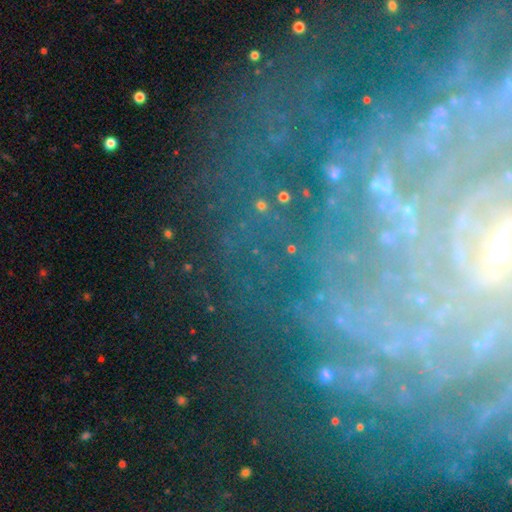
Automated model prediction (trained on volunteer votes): smooth_or_featured: featured or disk (p=0.71) [alt: star or artifact p=0.19]
disk_edge_on: no (p=0.95) [alt: yes p=0.05]
bar: no (p=0.50) [alt: weak p=0.29]
has_spiral_arms: yes (p=0.84) [alt: no p=0.16]
spiral_winding: tight (p=0.68) [alt: medium p=0.22]
spiral_arm_count: can't tell (p=0.35) [alt: 2 p=0.16]
bulge_size: small (p=0.68) [alt: moderate p=0.14]
merging: none (p=0.64) [alt: minor disturbance p=0.16]